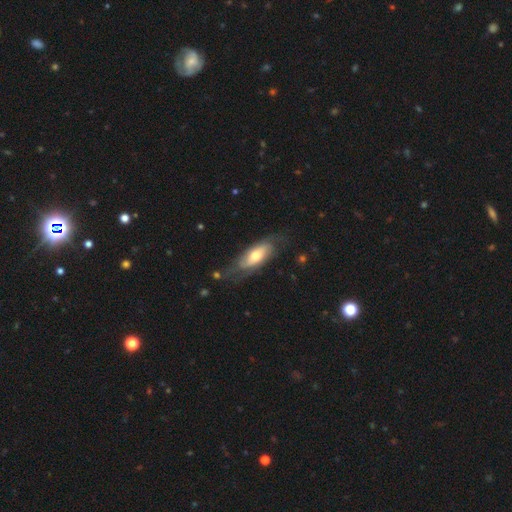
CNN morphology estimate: Q: Smooth or featured?
A: featured or disk (54%); runner-up: smooth (40%)
Q: Edge-on disk?
A: no (79%); runner-up: yes (21%)
Q: Merging?
A: none (59%); runner-up: minor disturbance (25%)